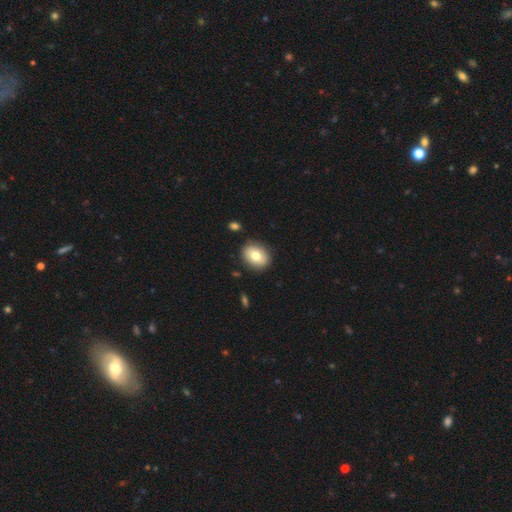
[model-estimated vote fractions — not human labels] A smooth galaxy with no disk features (75%) that is in between round and cigar-shaped (62%).

Vote fractions:
- Smooth or featured? smooth: 75% / featured or disk: 17% / star or artifact: 8%
- How rounded? in between: 62% / round: 37% / cigar-shaped: 1%
- Merging? none: 85% / minor disturbance: 10% / major disturbance: 2% / merger: 2%